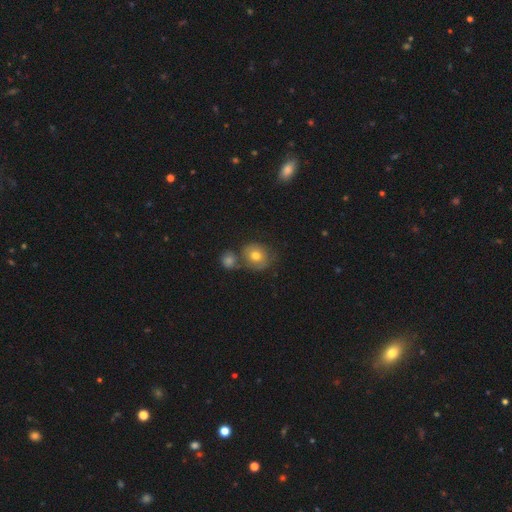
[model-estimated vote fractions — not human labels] smooth-or-featured: smooth: 72% | featured or disk: 19% | star or artifact: 9%
  how-rounded: round: 75% | in between: 24% | cigar-shaped: 1%
  merging: none: 53% | merger: 27% | minor disturbance: 14% | major disturbance: 6%